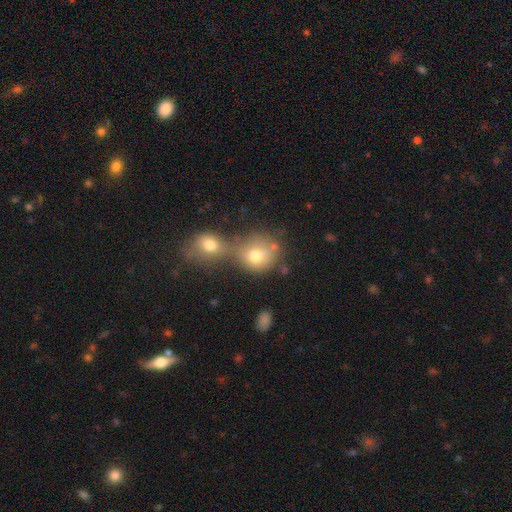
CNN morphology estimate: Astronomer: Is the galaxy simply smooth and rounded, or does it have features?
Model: smooth — 73%.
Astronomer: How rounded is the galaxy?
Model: round — 78%.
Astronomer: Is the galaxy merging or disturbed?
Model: merger — 58%.